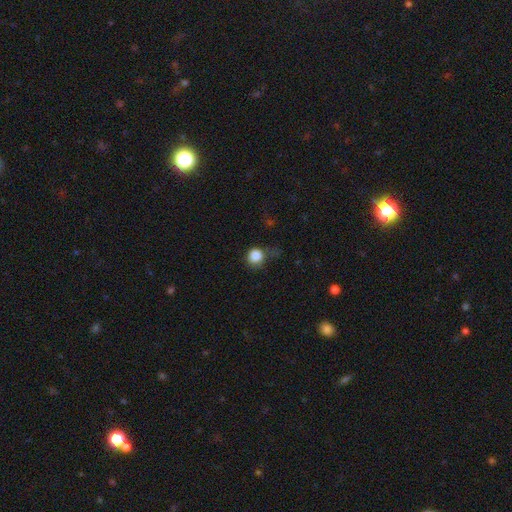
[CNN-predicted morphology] Q: Smooth or featured?
A: smooth (83%); runner-up: star or artifact (11%)
Q: How rounded?
A: round (87%); runner-up: in between (12%)
Q: Merging?
A: none (50%); runner-up: minor disturbance (30%)